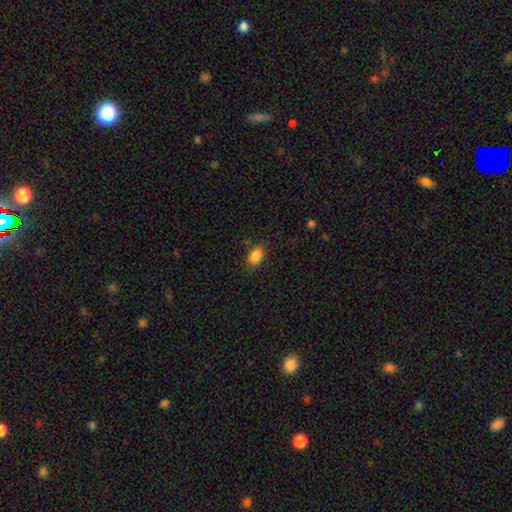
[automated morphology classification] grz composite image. It shows a smooth galaxy with no disk features (87%) that is in between round and cigar-shaped (87%). Merging: none (79%).